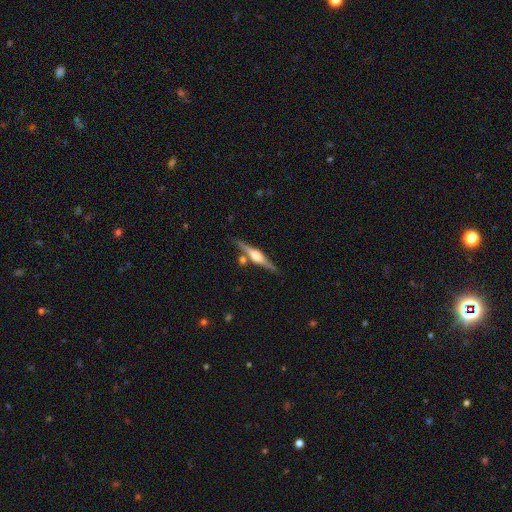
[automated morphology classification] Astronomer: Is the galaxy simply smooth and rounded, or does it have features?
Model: featured or disk — 78%.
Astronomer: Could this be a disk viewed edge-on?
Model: yes — 98%.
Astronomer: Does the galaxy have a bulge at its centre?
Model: rounded — 83%.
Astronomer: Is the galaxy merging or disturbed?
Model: none — 81%.